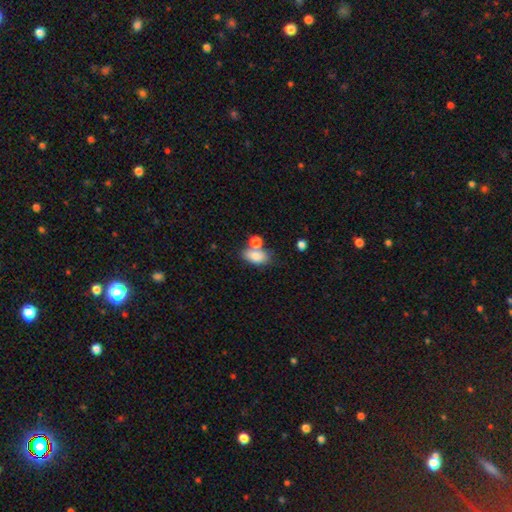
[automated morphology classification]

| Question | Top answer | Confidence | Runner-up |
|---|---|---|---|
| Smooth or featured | smooth | 82% | star or artifact (9%) |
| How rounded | in between | 87% | round (10%) |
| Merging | none | 52% | merger (29%) |